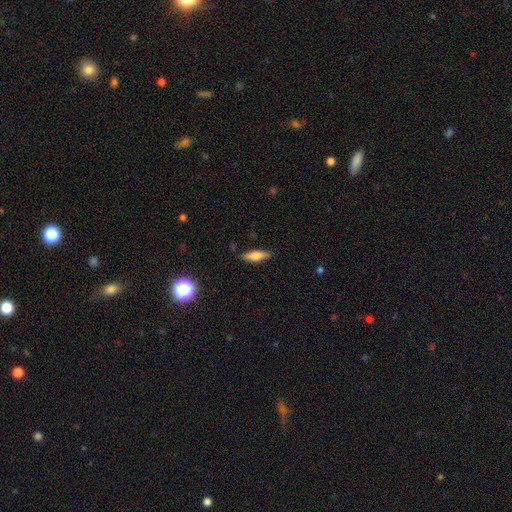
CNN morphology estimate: Smooth or featured: smooth — 75% (featured or disk — 18%)
How rounded: cigar-shaped — 55% (in between — 43%)
Merging: none — 85% (minor disturbance — 11%)